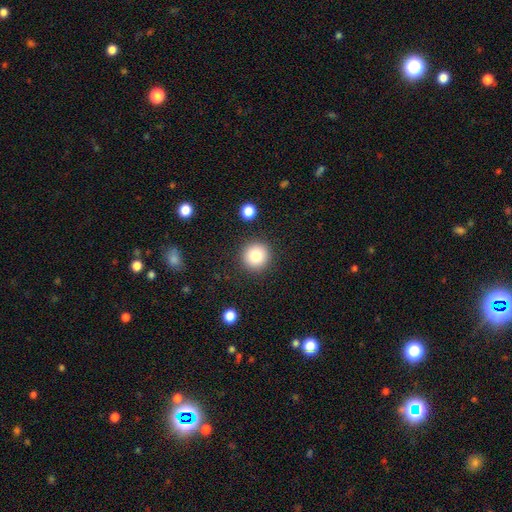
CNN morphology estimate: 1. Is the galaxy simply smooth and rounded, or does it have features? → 82% smooth, 10% star or artifact, 8% featured or disk.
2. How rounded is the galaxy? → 95% round, 4% in between, 1% cigar-shaped.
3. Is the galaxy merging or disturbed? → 90% none, 6% minor disturbance, 2% major disturbance, 2% merger.